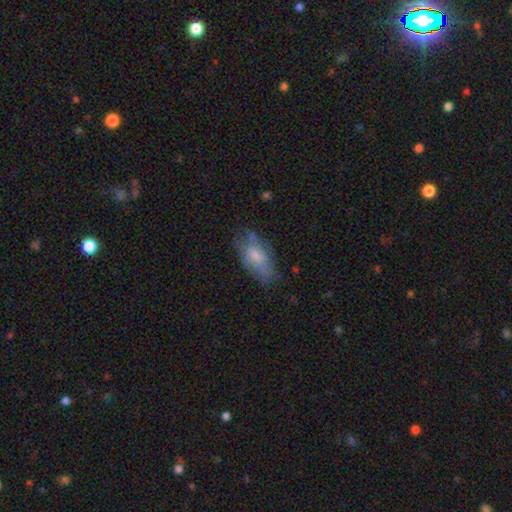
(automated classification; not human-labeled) The model was most divided on "merging": none: 59%, minor disturbance: 27%, major disturbance: 10%, merger: 3%. More confident: how rounded — in between (87%); smooth or featured — smooth (62%).